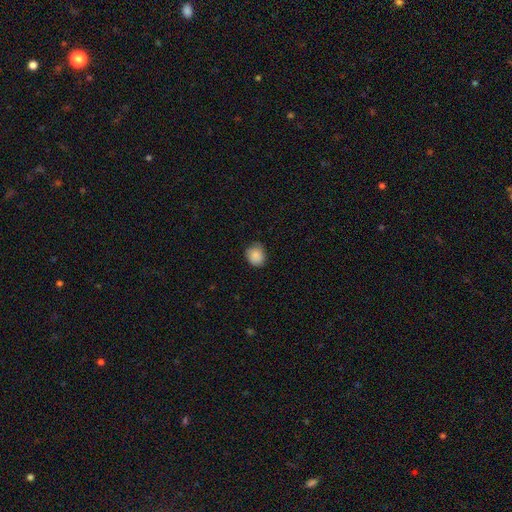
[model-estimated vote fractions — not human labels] Smooth or featured? smooth (87%)
How rounded? round (72%)
Merging? none (72%)